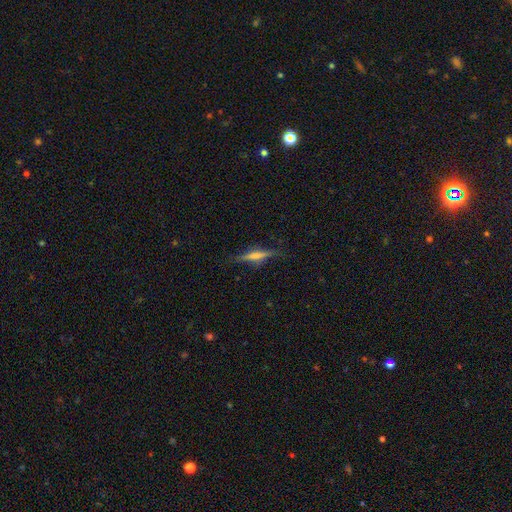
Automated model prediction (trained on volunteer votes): smooth_or_featured: featured or disk (p=0.52) [alt: smooth p=0.40]
disk_edge_on: yes (p=0.96) [alt: no p=0.04]
merging: none (p=0.84) [alt: minor disturbance p=0.11]